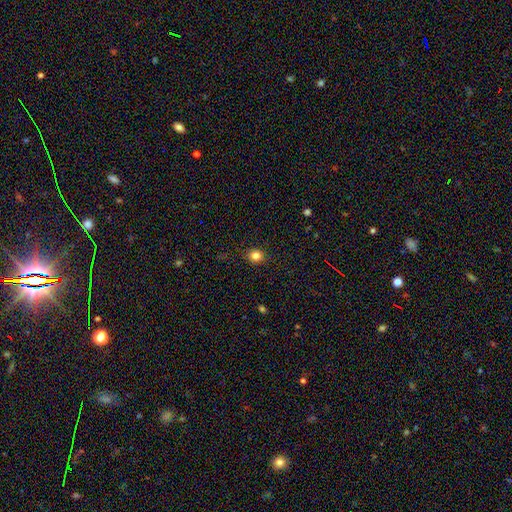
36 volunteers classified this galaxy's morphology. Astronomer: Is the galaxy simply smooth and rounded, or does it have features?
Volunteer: smooth — 89%.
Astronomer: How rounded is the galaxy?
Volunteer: round — 88%.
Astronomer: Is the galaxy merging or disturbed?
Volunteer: none — 100%.